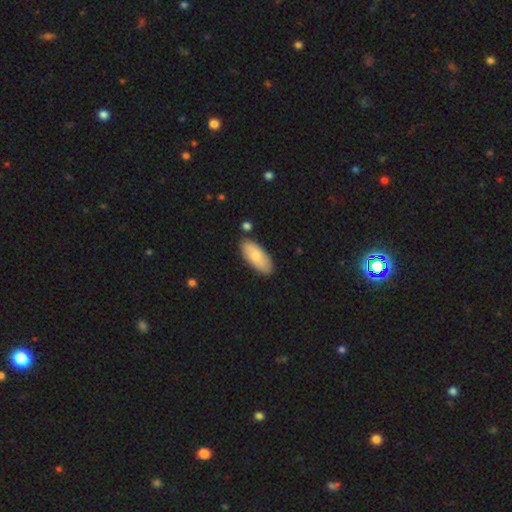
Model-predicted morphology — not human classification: A smooth galaxy with no disk features (77%) that is in between round and cigar-shaped (87%). Merging: none (82%).